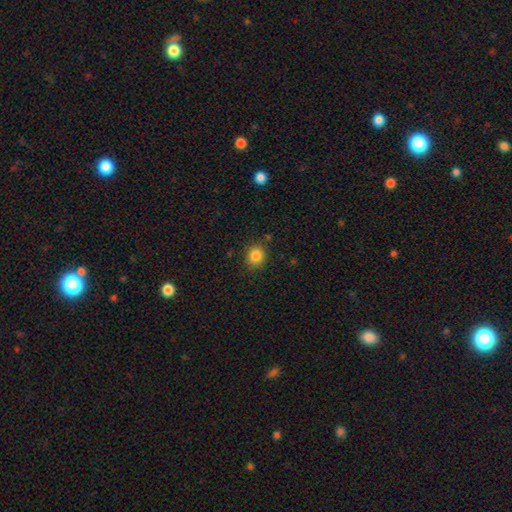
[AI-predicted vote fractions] This appears to be a smooth galaxy with no disk features (84%) that is round (81%). Merging: none (87%).